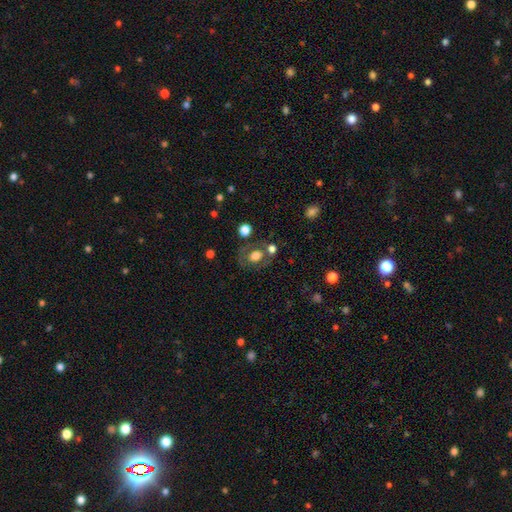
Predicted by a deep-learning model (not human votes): smooth 59%, featured or disk 30%, star or artifact 11%. Down the decision tree: how rounded — in between (50%); merging — none (60%).